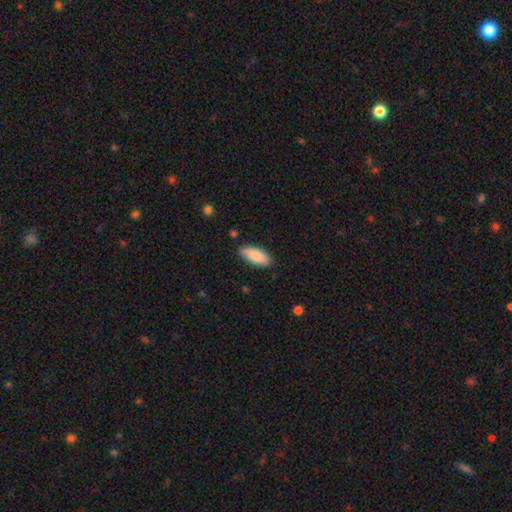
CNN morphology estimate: The model was most divided on "merging": none: 84%, minor disturbance: 13%, major disturbance: 2%, merger: 1%. More confident: how rounded — in between (86%); smooth or featured — smooth (86%).